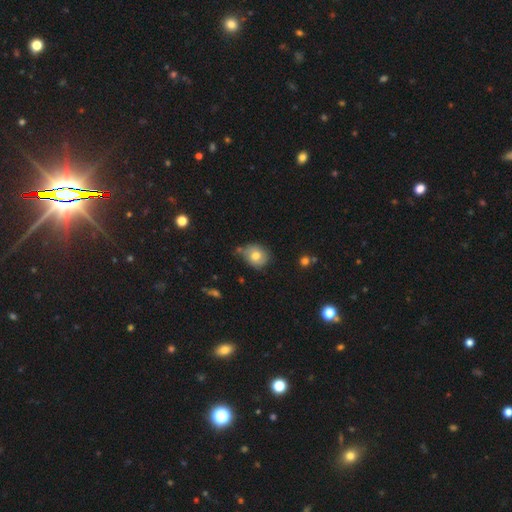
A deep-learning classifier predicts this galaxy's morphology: type=smooth (72%); roundness=round (62%); merging=none (59%).